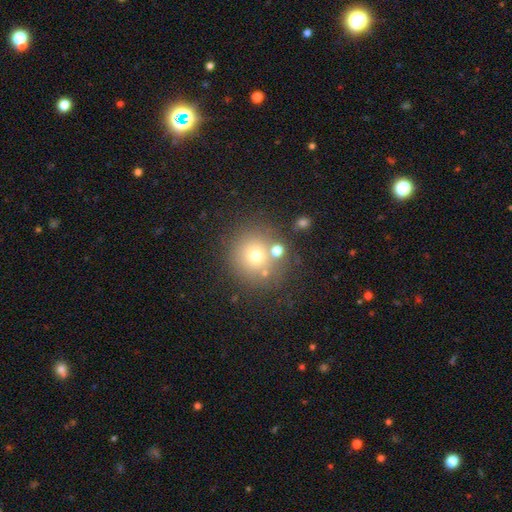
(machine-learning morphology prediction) Overall: smooth (68%). How rounded: round (91%). Merging: none (72%).